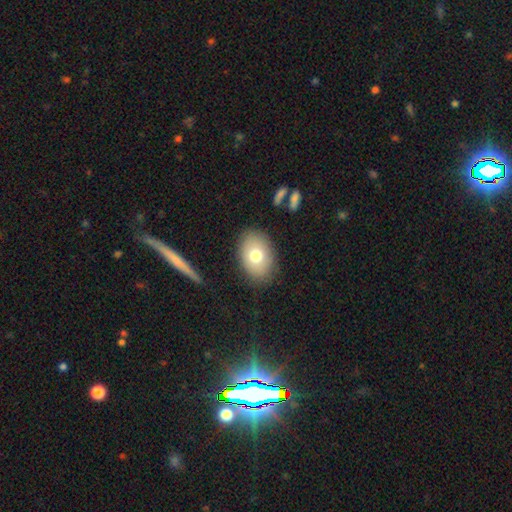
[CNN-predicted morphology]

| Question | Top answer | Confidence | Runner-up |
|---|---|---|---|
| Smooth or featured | smooth | 73% | featured or disk (18%) |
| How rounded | in between | 78% | round (21%) |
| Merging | none | 85% | minor disturbance (11%) |